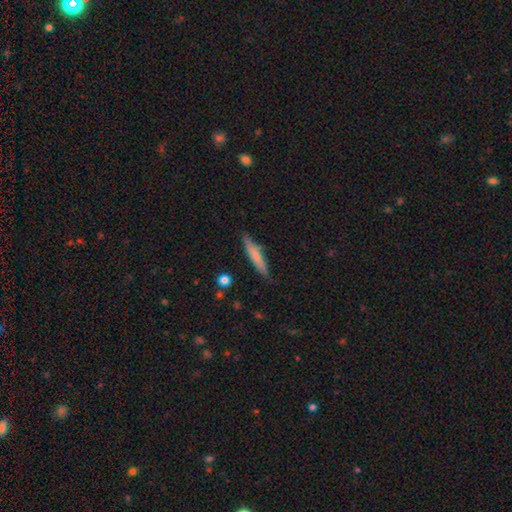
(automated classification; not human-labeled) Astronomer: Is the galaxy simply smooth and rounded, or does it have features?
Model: smooth — 65%.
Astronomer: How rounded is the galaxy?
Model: cigar-shaped — 89%.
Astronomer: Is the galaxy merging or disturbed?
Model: none — 79%.